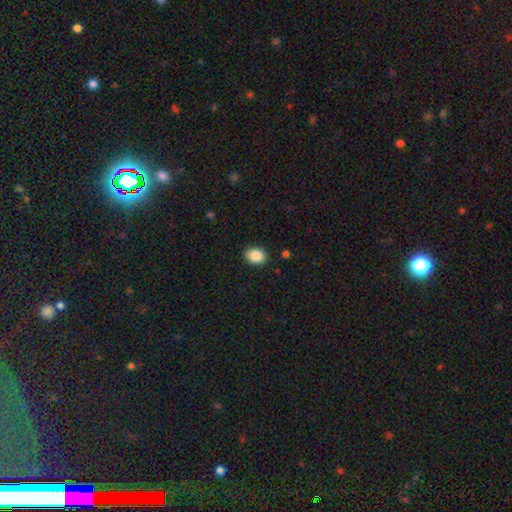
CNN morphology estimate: Q: Smooth or featured?
A: smooth (86%); runner-up: star or artifact (8%)
Q: How rounded?
A: in between (62%); runner-up: round (37%)
Q: Merging?
A: none (89%); runner-up: minor disturbance (8%)